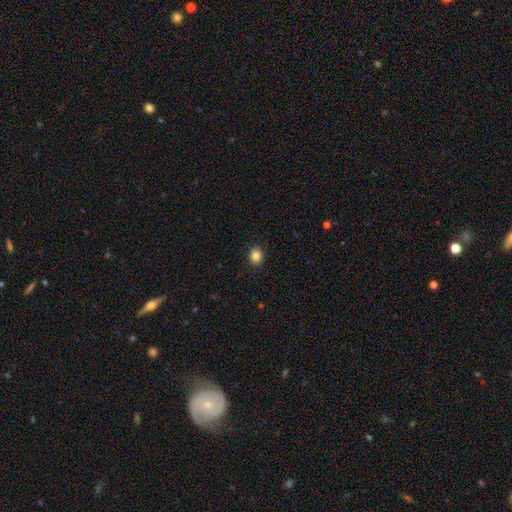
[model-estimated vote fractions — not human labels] Smooth or featured? Predicted: smooth (p=0.85). How rounded? Predicted: round (p=0.64). Merging? Predicted: none (p=0.91).